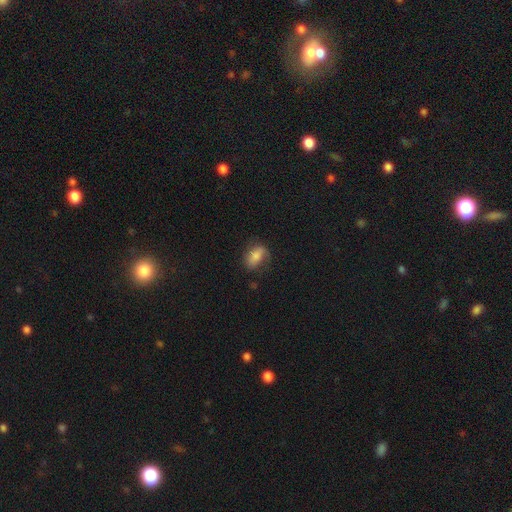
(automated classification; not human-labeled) Smooth or featured?
  - smooth: 69% *
  - featured or disk: 22%
  - star or artifact: 9%
How rounded?
  - in between: 85% *
  - round: 11%
  - cigar-shaped: 4%
Merging?
  - none: 60% *
  - minor disturbance: 26%
  - major disturbance: 12%
  - merger: 2%